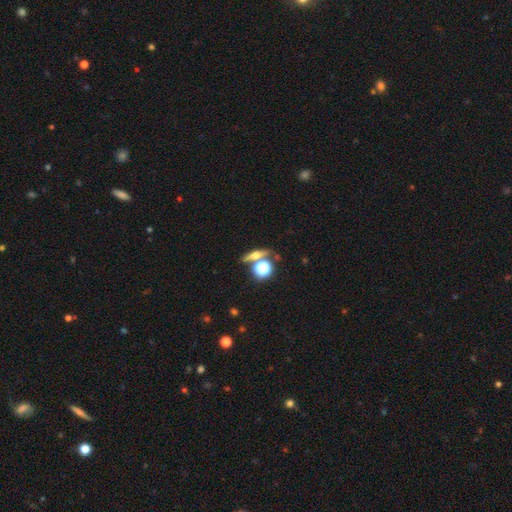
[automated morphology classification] Smooth or featured?
  - smooth: 40% * (tied)
  - featured or disk: 40% * (tied)
  - star or artifact: 20%
Merging?
  - none: 70% *
  - merger: 17%
  - minor disturbance: 9%
  - major disturbance: 4%